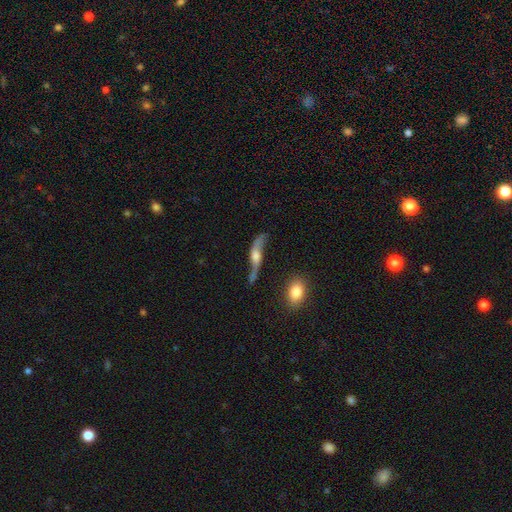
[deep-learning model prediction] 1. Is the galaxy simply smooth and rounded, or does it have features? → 75% featured or disk, 18% smooth, 7% star or artifact.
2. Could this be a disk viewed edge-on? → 64% no, 36% yes.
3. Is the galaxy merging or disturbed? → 52% none, 22% minor disturbance, 17% major disturbance, 8% merger.